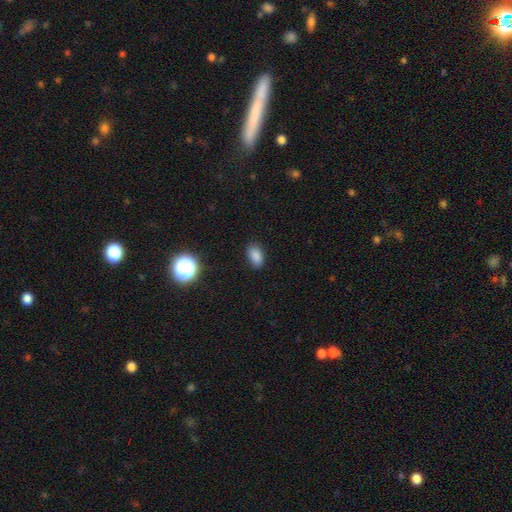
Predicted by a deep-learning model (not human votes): This appears to be a smooth galaxy with no disk features (84%) that is in between round and cigar-shaped (89%). Merging: none (86%).